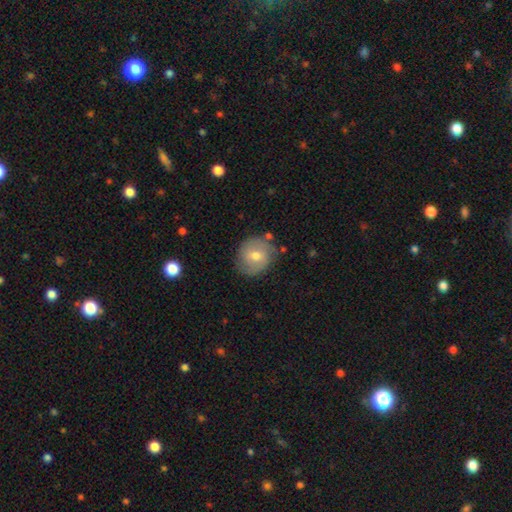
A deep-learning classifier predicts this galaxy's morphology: Smooth or featured? Predicted: smooth (p=0.57). How rounded? Predicted: round (p=0.78). Merging? Predicted: none (p=0.77).